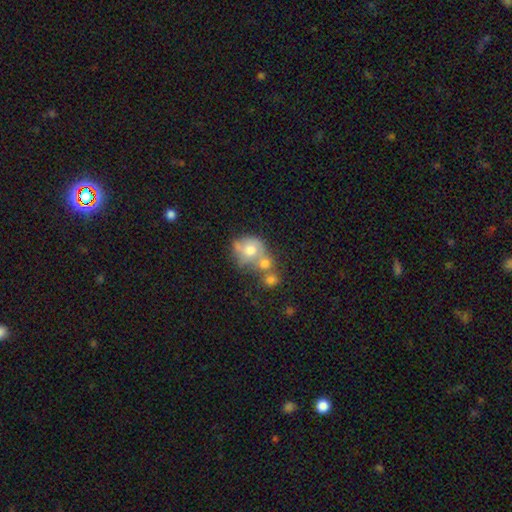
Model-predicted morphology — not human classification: Overall: smooth (48%; featured or disk 32%). Merging: merger (49%; none 34%).